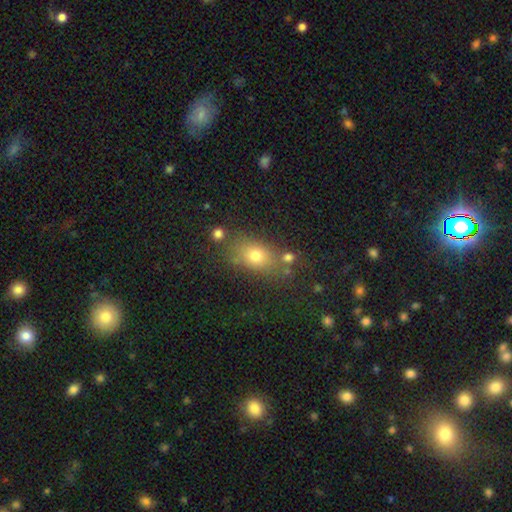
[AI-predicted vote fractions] Smooth or featured?
  - smooth: 74% *
  - star or artifact: 15%
  - featured or disk: 12%
How rounded?
  - in between: 65% *
  - round: 31%
  - cigar-shaped: 4%
Merging?
  - none: 69% *
  - minor disturbance: 15%
  - merger: 10%
  - major disturbance: 6%